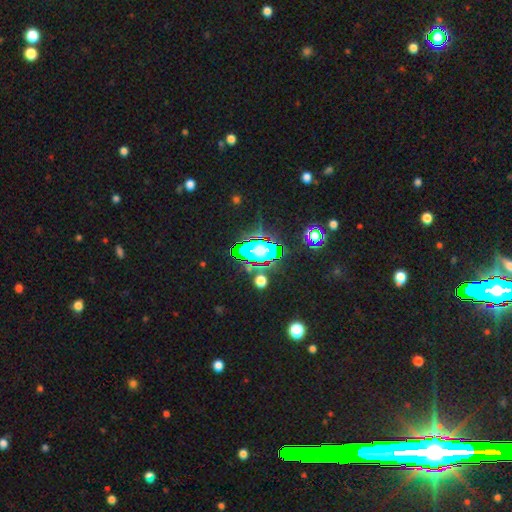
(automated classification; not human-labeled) Smooth or featured? star or artifact (75%)